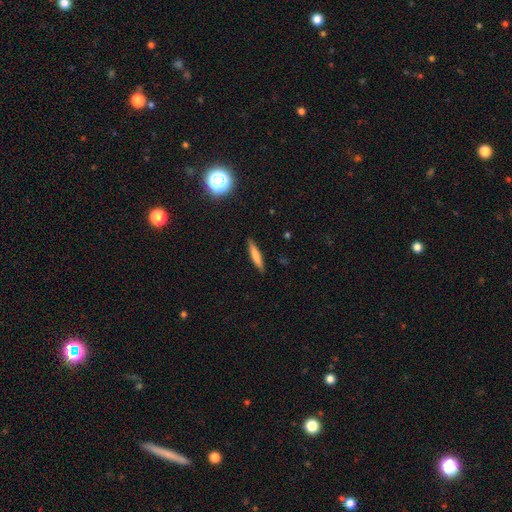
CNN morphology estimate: This is likely a smooth galaxy (71%). How rounded: clearly cigar-shaped (89%). Merging: clearly none (89%).